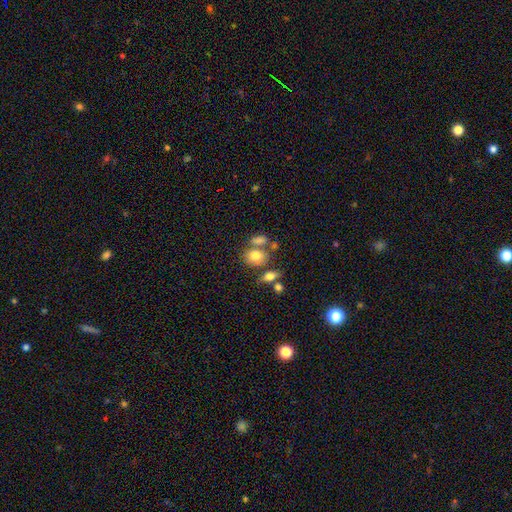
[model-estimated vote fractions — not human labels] smooth-or-featured: smooth: 76% | featured or disk: 14% | star or artifact: 10%
  how-rounded: in between: 60% | round: 39% | cigar-shaped: 2%
  merging: none: 49% | merger: 32% | minor disturbance: 13% | major disturbance: 6%